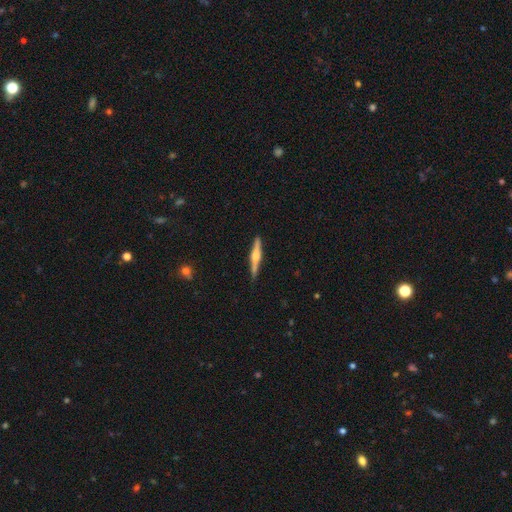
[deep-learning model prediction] This is likely a featured or disk galaxy (69%). It is clearly viewed edge-on (98%). Edge-on bulge: likely rounded (80%). Merging: clearly none (87%).